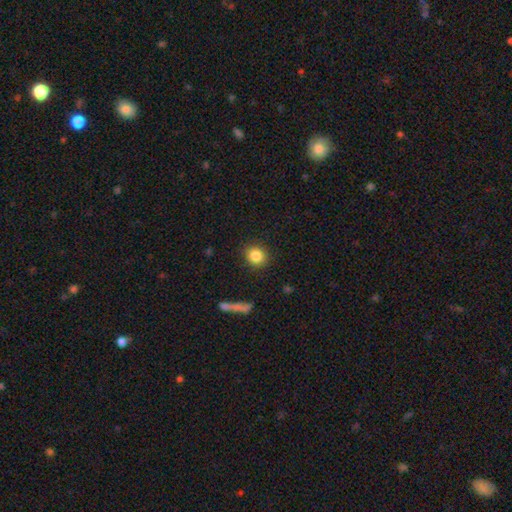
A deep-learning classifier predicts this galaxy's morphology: Smooth or featured?
  - smooth: 85% *
  - star or artifact: 10%
  - featured or disk: 6%
How rounded?
  - round: 87% *
  - in between: 12%
  - cigar-shaped: 1%
Merging?
  - none: 90% *
  - minor disturbance: 7%
  - major disturbance: 2%
  - merger: 2%